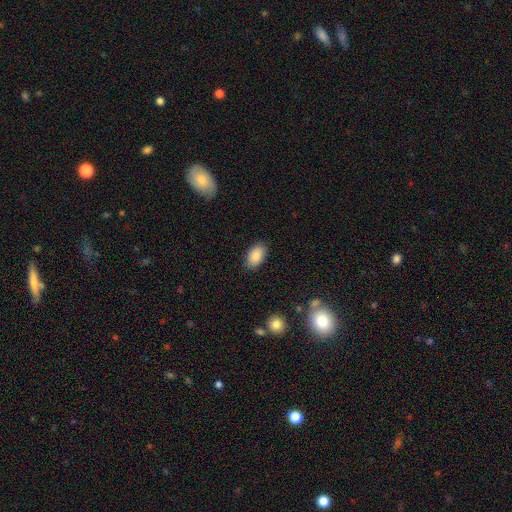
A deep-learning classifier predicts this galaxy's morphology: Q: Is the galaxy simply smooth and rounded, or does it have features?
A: smooth — 88%.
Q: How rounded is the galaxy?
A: in between — 92%.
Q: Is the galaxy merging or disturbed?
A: none — 85%.